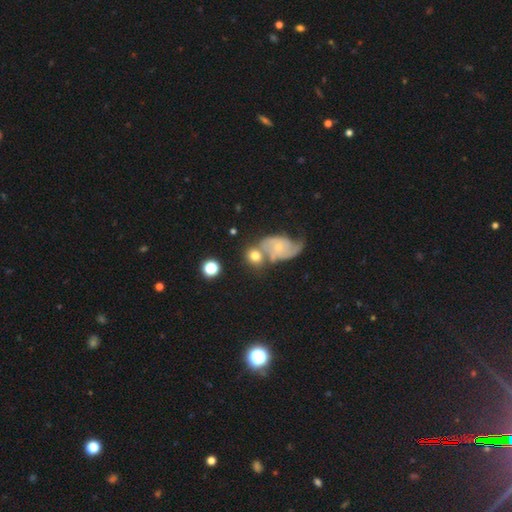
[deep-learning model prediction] Q: Smooth or featured?
A: smooth (59%); runner-up: featured or disk (31%)
Q: How rounded?
A: round (71%); runner-up: in between (28%)
Q: Merging?
A: none (45%); runner-up: merger (36%)